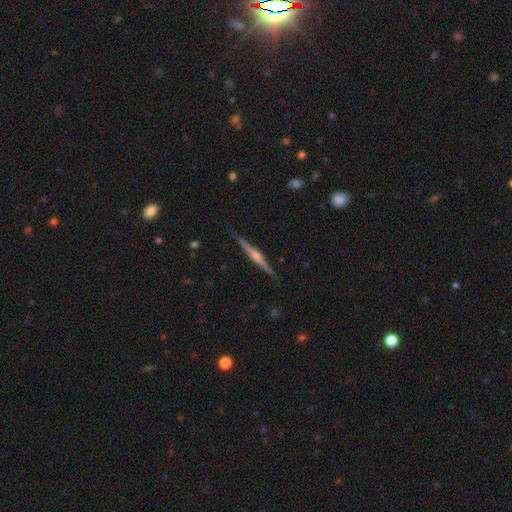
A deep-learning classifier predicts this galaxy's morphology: Smooth or featured: featured or disk — 77% (smooth — 17%)
Edge-on disk: yes — 98% (no — 2%)
Edge-on bulge: rounded — 74% (boxy — 13%)
Merging: none — 89% (minor disturbance — 8%)